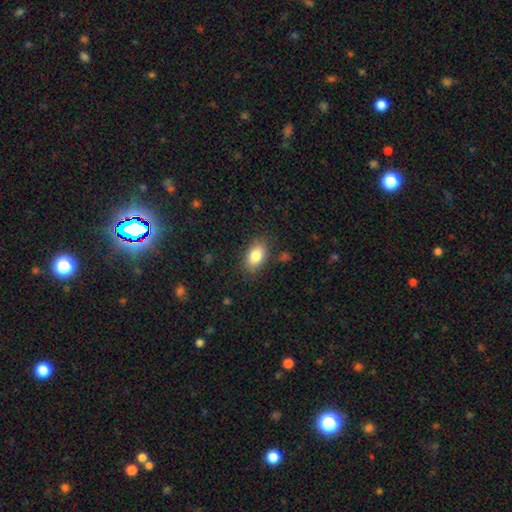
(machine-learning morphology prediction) Smooth or featured? smooth (84%)
How rounded? in between (89%)
Merging? none (83%)